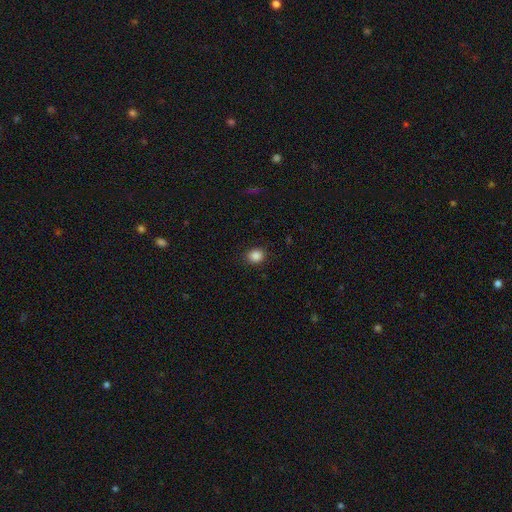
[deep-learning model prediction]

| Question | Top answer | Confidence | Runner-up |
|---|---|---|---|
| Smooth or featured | smooth | 87% | star or artifact (10%) |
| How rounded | round | 67% | in between (32%) |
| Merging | none | 89% | minor disturbance (8%) |